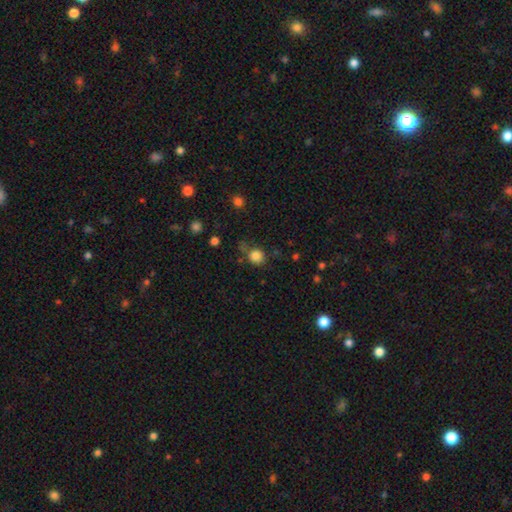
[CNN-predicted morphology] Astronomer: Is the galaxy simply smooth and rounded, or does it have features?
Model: smooth — 83%.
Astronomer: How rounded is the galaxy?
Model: round — 85%.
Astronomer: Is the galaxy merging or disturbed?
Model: none — 67%.